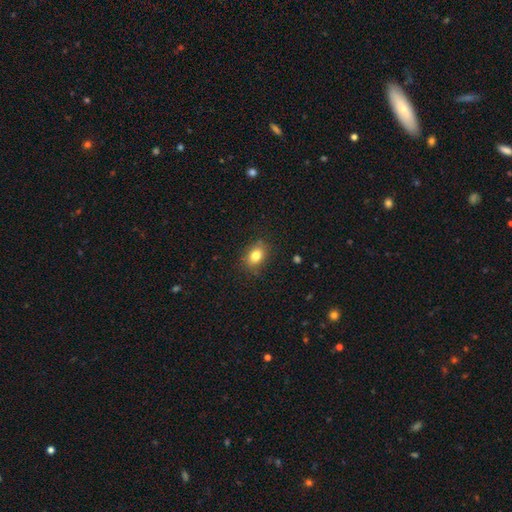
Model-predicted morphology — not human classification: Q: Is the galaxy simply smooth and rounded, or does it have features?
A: smooth — 82%.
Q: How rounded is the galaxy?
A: in between — 68%.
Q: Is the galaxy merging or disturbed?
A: none — 84%.